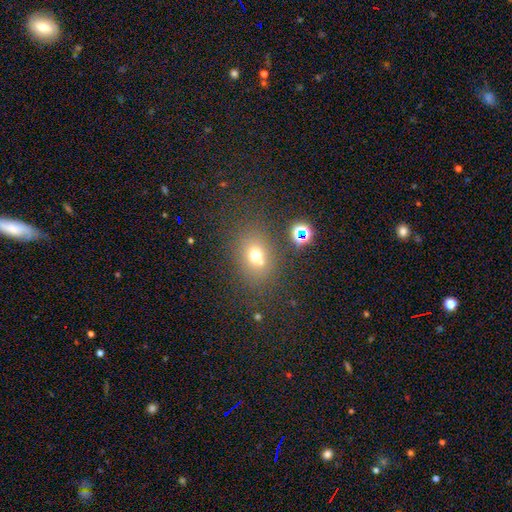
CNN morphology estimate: Smooth or featured? smooth (66%)
How rounded? round (52%)
Merging? none (62%)